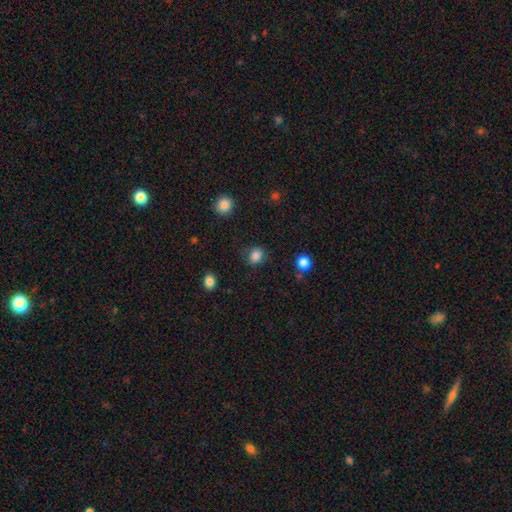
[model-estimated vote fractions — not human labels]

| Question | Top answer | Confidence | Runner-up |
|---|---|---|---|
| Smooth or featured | smooth | 84% | star or artifact (11%) |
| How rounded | round | 59% | in between (40%) |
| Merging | none | 79% | minor disturbance (15%) |